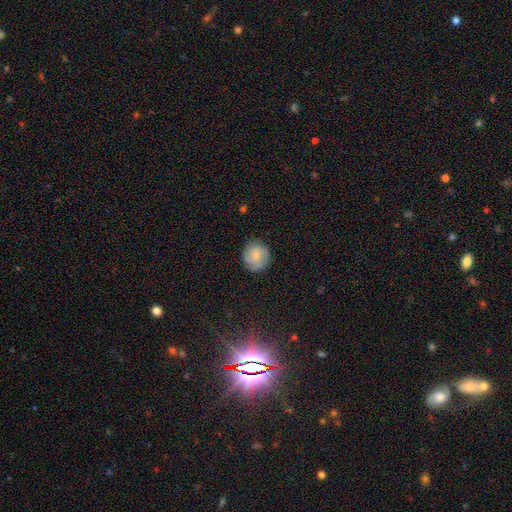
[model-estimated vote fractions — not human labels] Overall: smooth (64%; featured or disk 28%). How rounded: round (86%). Merging: none (81%).